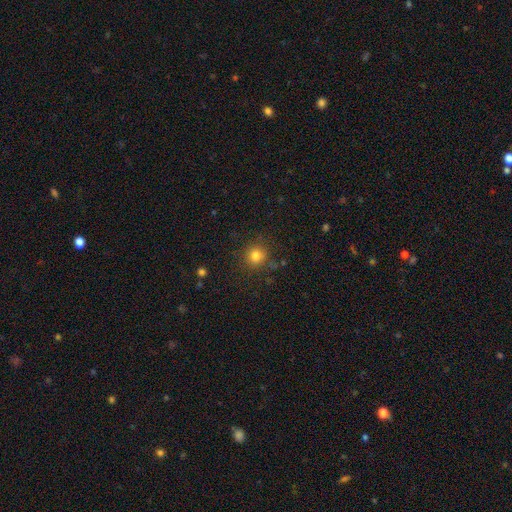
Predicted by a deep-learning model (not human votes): smooth_or_featured: smooth (p=0.79) [alt: star or artifact p=0.14]
how_rounded: round (p=0.92) [alt: in between p=0.07]
merging: none (p=0.85) [alt: minor disturbance p=0.10]